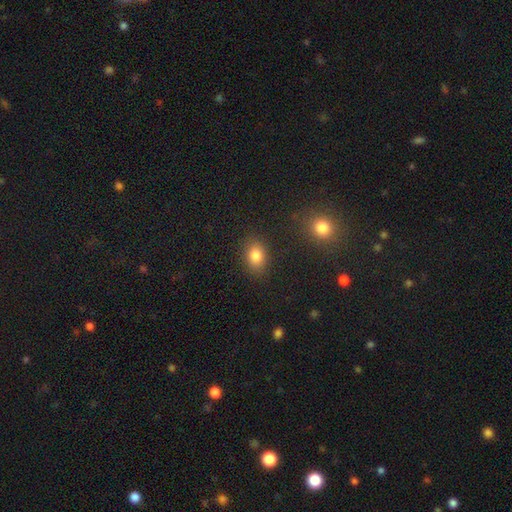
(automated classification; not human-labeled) Q: Smooth or featured?
A: smooth (82%); runner-up: star or artifact (12%)
Q: How rounded?
A: in between (66%); runner-up: round (32%)
Q: Merging?
A: none (85%); runner-up: minor disturbance (10%)